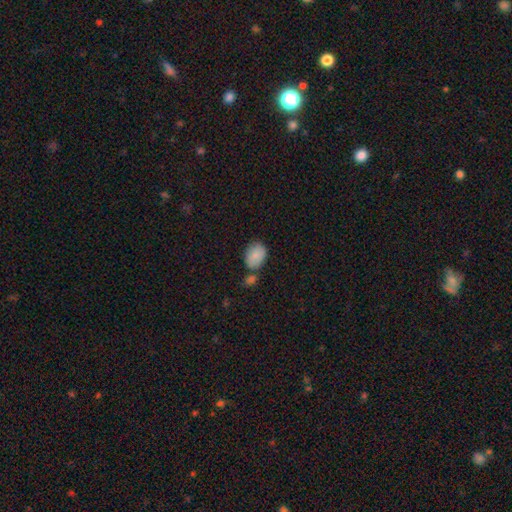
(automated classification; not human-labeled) smooth-or-featured: smooth: 85% | featured or disk: 7% | star or artifact: 7%
  how-rounded: in between: 77% | round: 21% | cigar-shaped: 1%
  merging: none: 57% | merger: 19% | minor disturbance: 18% | major disturbance: 5%